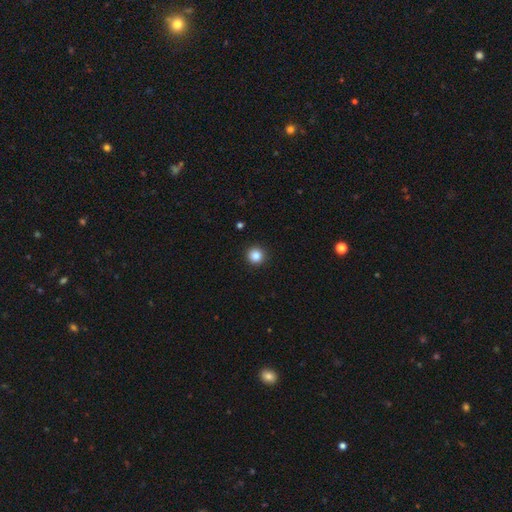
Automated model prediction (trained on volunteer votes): Overall: smooth (85%). How rounded: round (95%). Merging: none (93%).